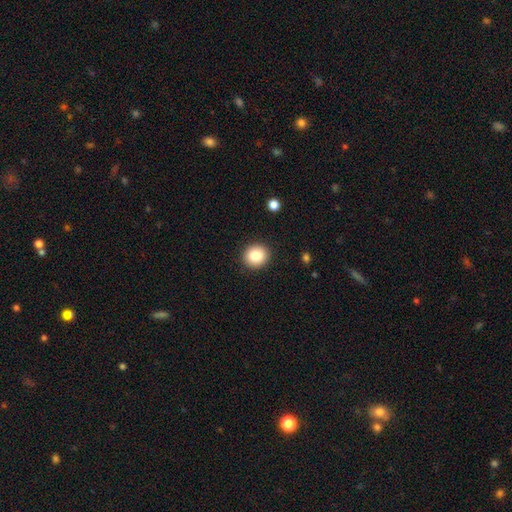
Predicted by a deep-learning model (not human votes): Smooth or featured? smooth (85%)
How rounded? round (85%)
Merging? none (91%)